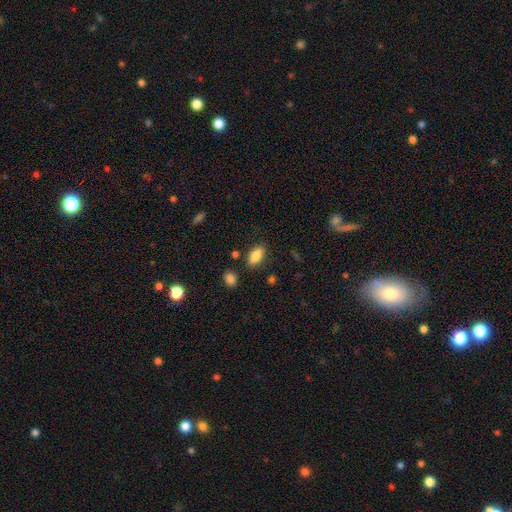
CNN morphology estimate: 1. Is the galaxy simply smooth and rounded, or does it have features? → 85% smooth, 8% star or artifact, 7% featured or disk.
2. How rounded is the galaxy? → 87% in between, 9% cigar-shaped, 4% round.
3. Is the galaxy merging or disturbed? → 81% none, 12% minor disturbance, 3% major disturbance, 3% merger.